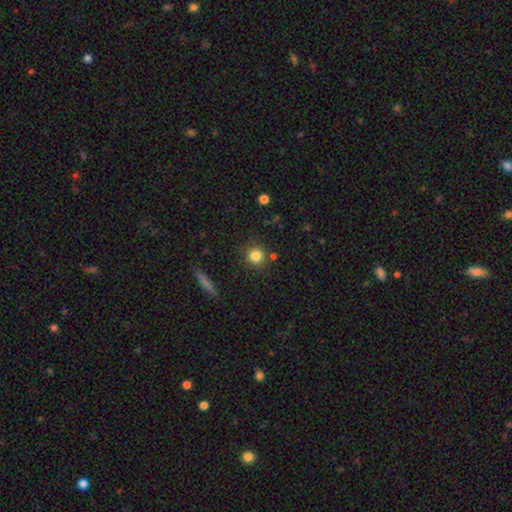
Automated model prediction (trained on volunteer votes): A smooth galaxy with no disk features (83%) that is round (91%).

Vote fractions:
- Smooth or featured? smooth: 83% / star or artifact: 11% / featured or disk: 7%
- How rounded? round: 91% / in between: 8% / cigar-shaped: 1%
- Merging? none: 85% / minor disturbance: 8% / merger: 4% / major disturbance: 3%